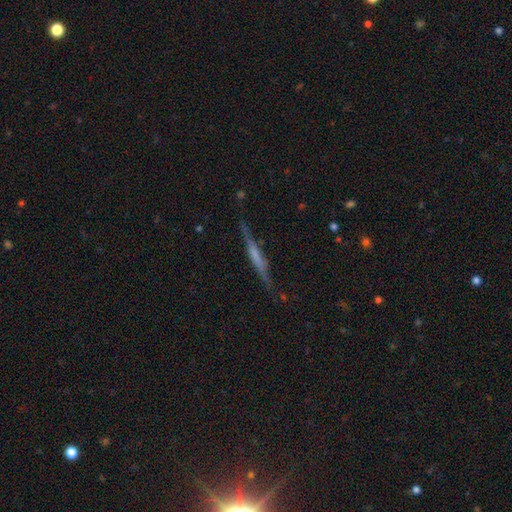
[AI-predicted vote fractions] Smooth or featured: featured or disk — 64% (smooth — 28%)
Edge-on disk: yes — 96% (no — 4%)
Edge-on bulge: none — 40% (boxy — 34%)
Merging: none — 80% (minor disturbance — 15%)